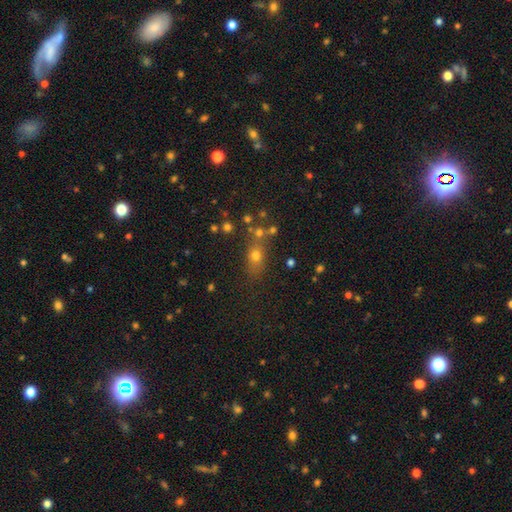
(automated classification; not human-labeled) smooth 61%, star or artifact 25%, featured or disk 14%. Down the decision tree: how rounded — in between (47%); merging — none (63%).